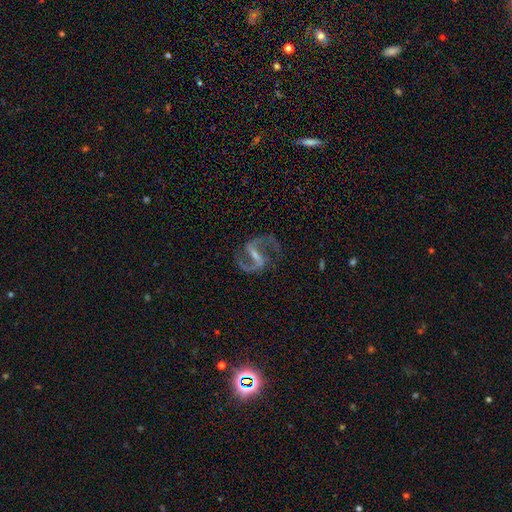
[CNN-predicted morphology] smooth_or_featured: featured or disk (p=0.91) [alt: star or artifact p=0.05]
disk_edge_on: no (p=0.98) [alt: yes p=0.02]
bar: strong (p=0.55) [alt: weak p=0.35]
has_spiral_arms: yes (p=0.97) [alt: no p=0.03]
spiral_winding: medium (p=0.57) [alt: loose p=0.33]
spiral_arm_count: 2 (p=0.94) [alt: can't tell p=0.02]
bulge_size: small (p=0.52) [alt: moderate p=0.26]
merging: none (p=0.76) [alt: minor disturbance p=0.13]